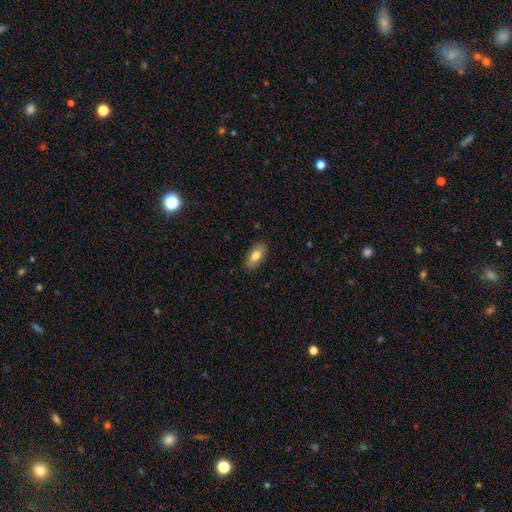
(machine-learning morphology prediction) Q: Smooth or featured?
A: smooth (78%); runner-up: featured or disk (15%)
Q: How rounded?
A: in between (90%); runner-up: cigar-shaped (6%)
Q: Merging?
A: none (87%); runner-up: minor disturbance (10%)